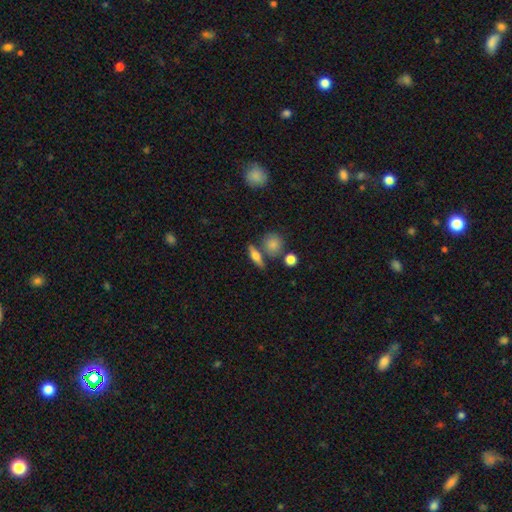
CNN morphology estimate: A smooth galaxy with no disk features (55%) that is cigar-shaped (47%). Merging: none (72%).